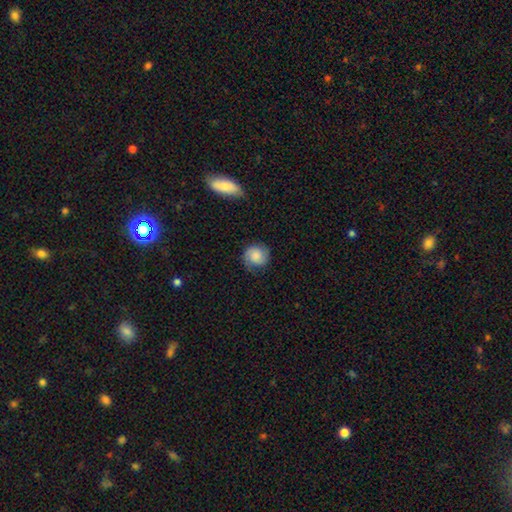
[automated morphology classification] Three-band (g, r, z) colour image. It shows a smooth galaxy with no disk features (59%) that is round (86%). Merging: none (77%).